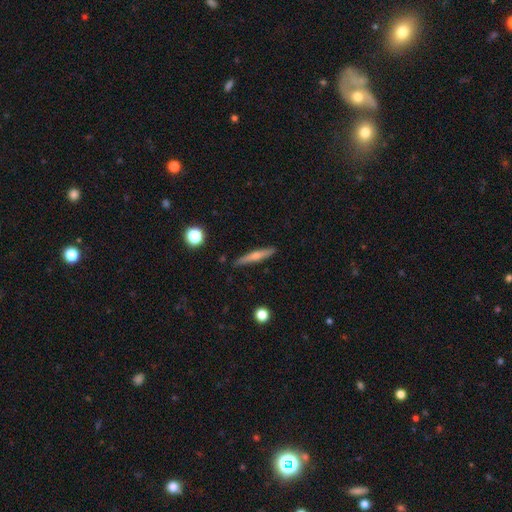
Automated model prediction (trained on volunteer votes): Smooth or featured? smooth (50%)
Merging? none (86%)